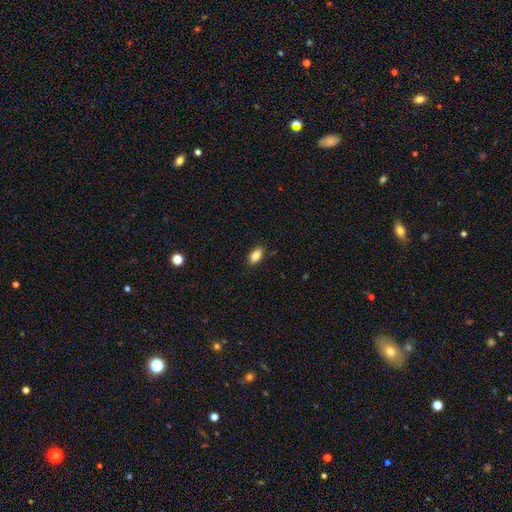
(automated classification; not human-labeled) Q: Smooth or featured?
A: smooth (85%); runner-up: star or artifact (8%)
Q: How rounded?
A: in between (91%); runner-up: round (6%)
Q: Merging?
A: none (87%); runner-up: minor disturbance (10%)